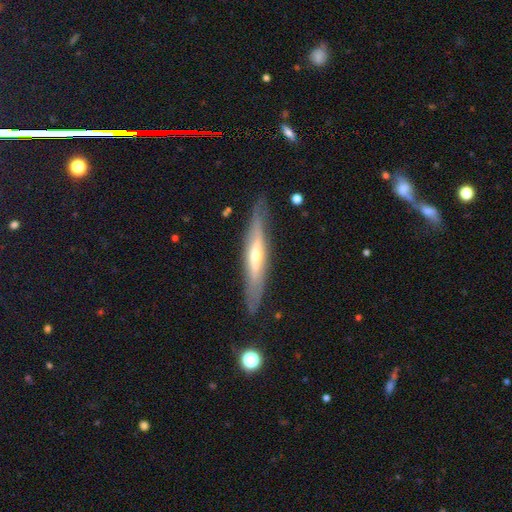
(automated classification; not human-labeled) Smooth or featured? Predicted: featured or disk (p=0.67). Edge-on disk? Predicted: yes (p=0.84). Edge-on bulge? Predicted: rounded (p=0.71). Merging? Predicted: none (p=0.83).